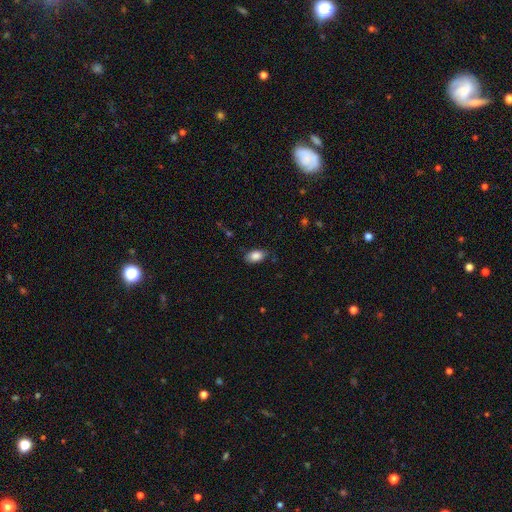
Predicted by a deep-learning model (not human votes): A smooth galaxy with no disk features (86%) that is in between round and cigar-shaped (91%). Merging: none (79%).